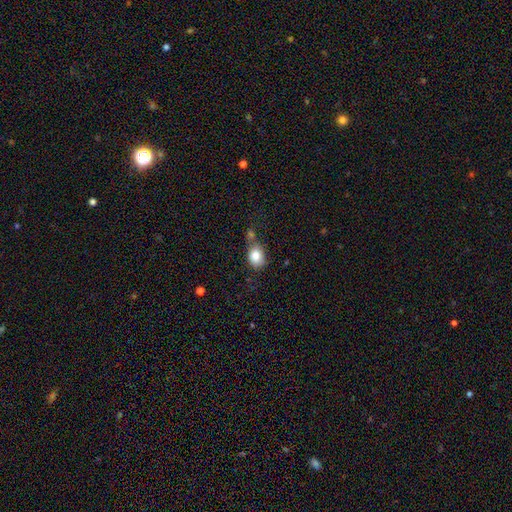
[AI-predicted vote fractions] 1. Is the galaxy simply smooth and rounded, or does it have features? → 83% smooth, 9% featured or disk, 8% star or artifact.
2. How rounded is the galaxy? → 58% in between, 41% round, 1% cigar-shaped.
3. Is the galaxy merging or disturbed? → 48% none, 23% merger, 21% minor disturbance, 8% major disturbance.